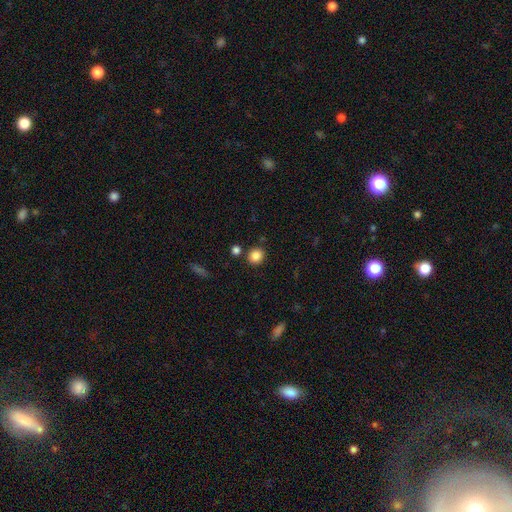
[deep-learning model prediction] smooth_or_featured: smooth (p=0.86) [alt: star or artifact p=0.10]
how_rounded: round (p=0.84) [alt: in between p=0.15]
merging: none (p=0.84) [alt: minor disturbance p=0.08]